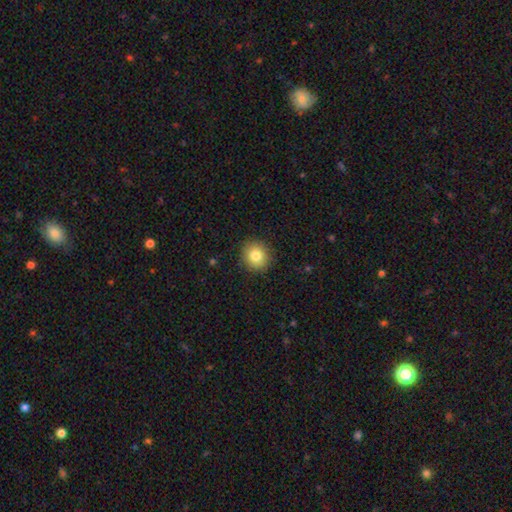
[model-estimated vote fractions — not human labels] Smooth or featured? smooth (82%)
How rounded? round (88%)
Merging? none (90%)